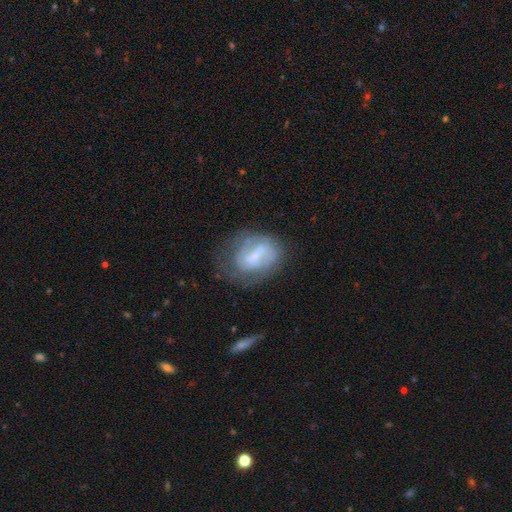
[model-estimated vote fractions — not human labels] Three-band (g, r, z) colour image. It shows a featured or disk galaxy (59%) with a weak bar (48%), spiral arms (71%) and a small central bulge (55%). Merging: none (53%).